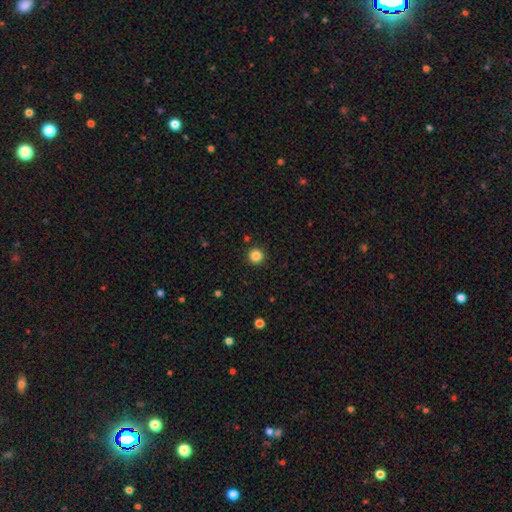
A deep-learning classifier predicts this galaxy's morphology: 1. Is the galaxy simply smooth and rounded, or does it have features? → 86% smooth, 11% star or artifact, 3% featured or disk.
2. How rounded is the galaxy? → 96% round, 3% in between, 1% cigar-shaped.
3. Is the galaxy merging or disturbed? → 93% none, 5% minor disturbance, 2% major disturbance, 1% merger.